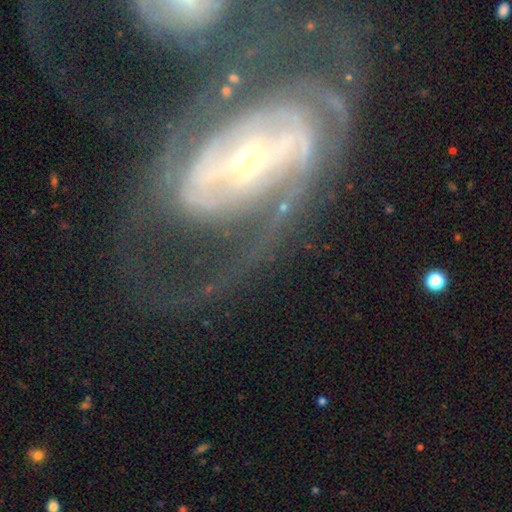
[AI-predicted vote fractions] Morphology: type=featured or disk (87%); edge-on=no (95%); bar=strong (41%); spiral arms=yes (93%); winding=tight (49%); arm count=2 (52%); bulge=small (64%); merging=none (47%).